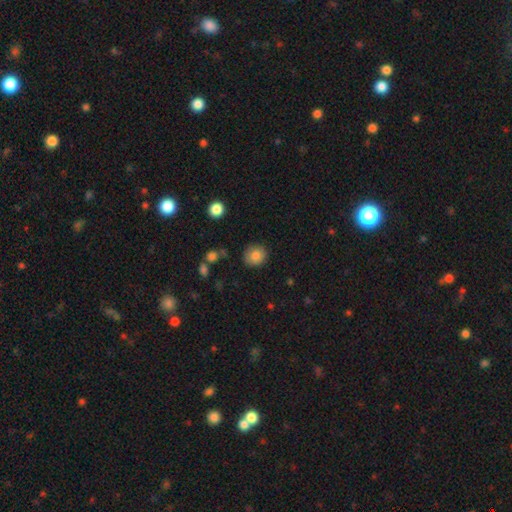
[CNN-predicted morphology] Smooth or featured?
  - smooth: 84% *
  - star or artifact: 9%
  - featured or disk: 7%
How rounded?
  - round: 77% *
  - in between: 22%
  - cigar-shaped: 1%
Merging?
  - none: 85% *
  - minor disturbance: 11%
  - major disturbance: 3%
  - merger: 2%